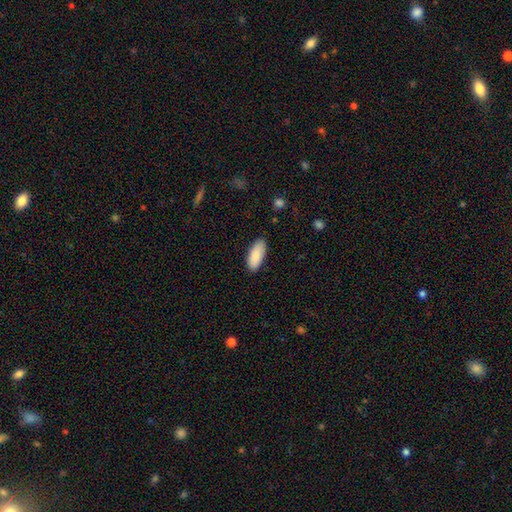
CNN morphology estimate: Smooth or featured? smooth (88%)
How rounded? in between (87%)
Merging? none (87%)